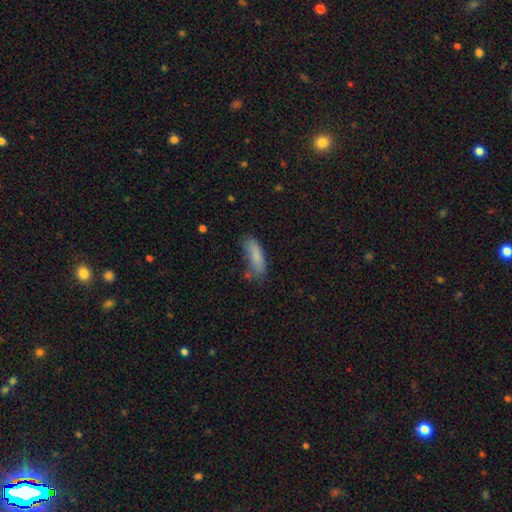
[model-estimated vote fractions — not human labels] smooth 83%, featured or disk 9%, star or artifact 8%. Down the decision tree: how rounded — in between (55%); merging — none (56%).